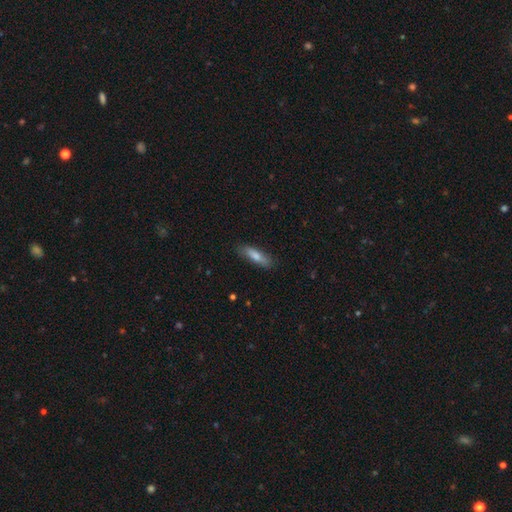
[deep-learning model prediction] This appears to be a smooth galaxy with no disk features (74%) that is cigar-shaped (62%). Merging: none (83%).